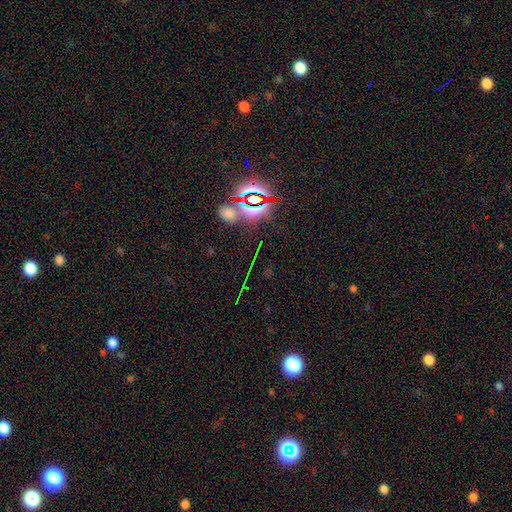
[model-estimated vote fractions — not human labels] Smooth or featured? star or artifact (79%)